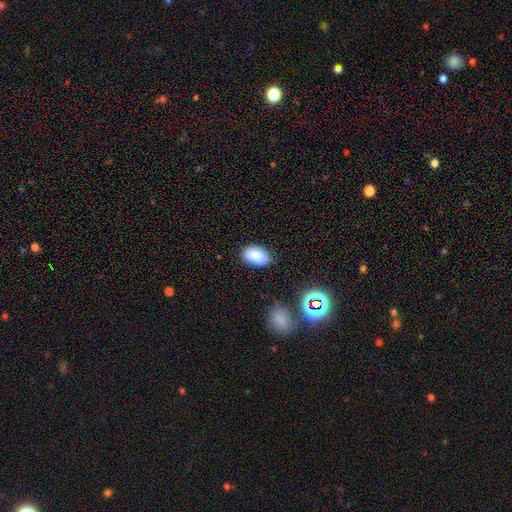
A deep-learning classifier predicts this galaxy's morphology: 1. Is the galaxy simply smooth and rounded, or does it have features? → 85% smooth, 9% star or artifact, 6% featured or disk.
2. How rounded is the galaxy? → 90% in between, 9% round, 1% cigar-shaped.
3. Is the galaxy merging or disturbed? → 84% none, 12% minor disturbance, 3% major disturbance, 2% merger.